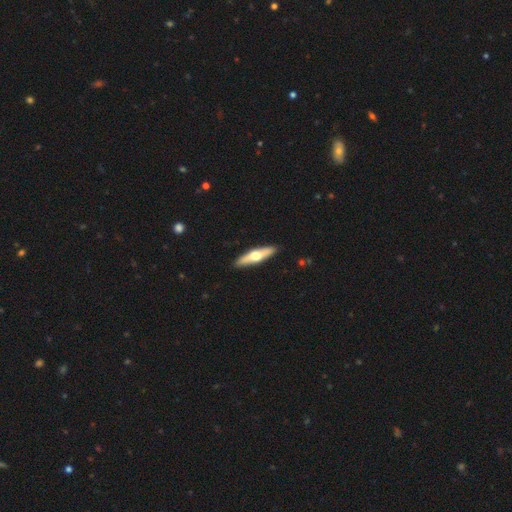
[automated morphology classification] Smooth or featured: featured or disk — 54% (smooth — 41%)
Edge-on disk: yes — 91% (no — 9%)
Merging: none — 91% (minor disturbance — 7%)